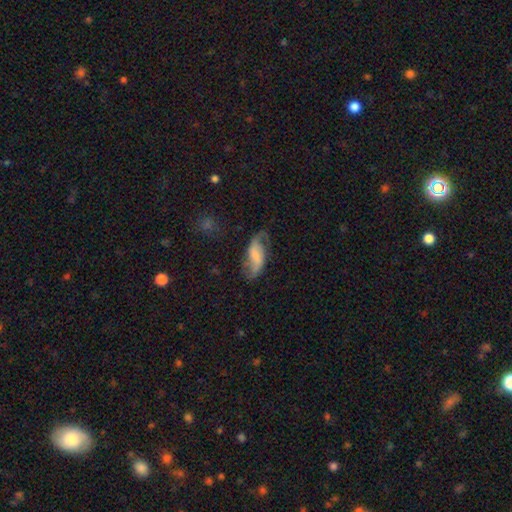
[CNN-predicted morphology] Smooth or featured? Predicted: featured or disk (p=0.72). Edge-on disk? Predicted: no (p=0.95). Bar? Predicted: weak (p=0.44). Spiral arms? Predicted: yes (p=0.93). Spiral winding? Predicted: loose (p=0.67). Spiral arm count? Predicted: 2 (p=0.88). Bulge size? Predicted: none (p=0.40). Merging? Predicted: none (p=0.64).